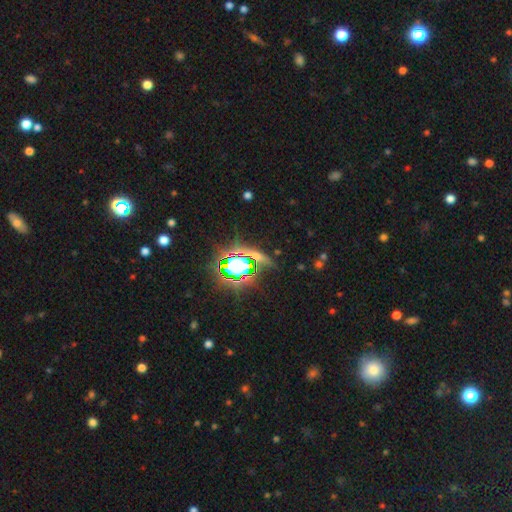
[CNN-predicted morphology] star or artifact 64%, smooth 21%, featured or disk 16%.